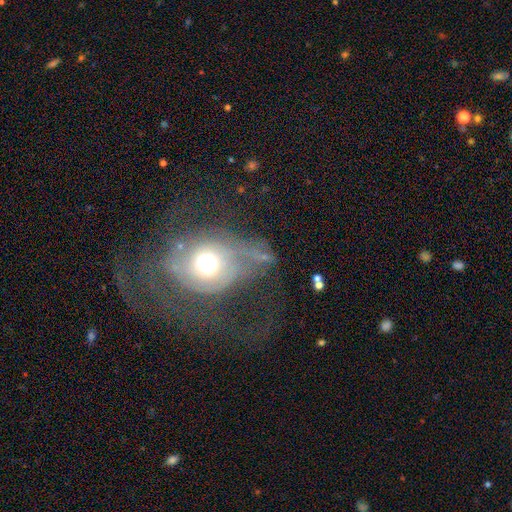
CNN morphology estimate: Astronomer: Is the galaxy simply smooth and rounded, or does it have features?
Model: featured or disk — 58%.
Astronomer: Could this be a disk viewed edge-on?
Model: no — 94%.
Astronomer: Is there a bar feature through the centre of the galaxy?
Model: no — 83%.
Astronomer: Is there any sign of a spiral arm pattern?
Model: yes — 52% (runner-up: no, 48%).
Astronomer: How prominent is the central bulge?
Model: moderate — 59%.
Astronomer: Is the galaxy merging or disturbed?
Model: major disturbance — 47% (runner-up: none, 29%).